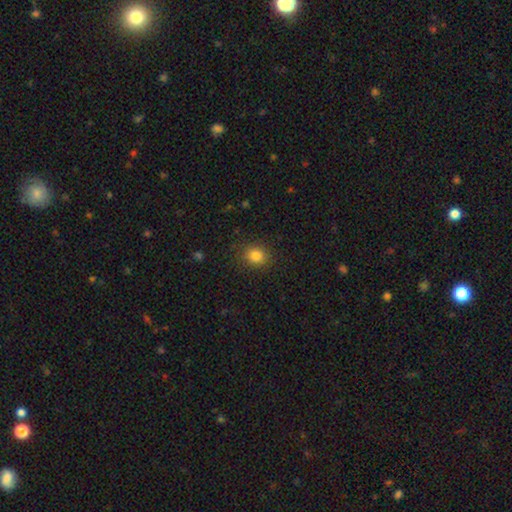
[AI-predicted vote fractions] Smooth or featured? Predicted: smooth (p=0.83). How rounded? Predicted: round (p=0.69). Merging? Predicted: none (p=0.87).